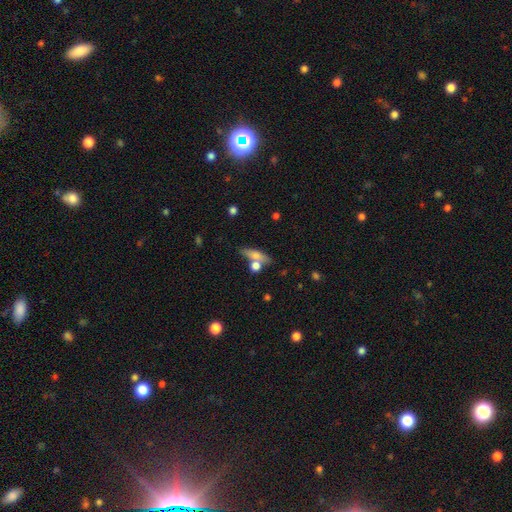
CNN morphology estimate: This appears to be a smooth galaxy with no disk features (62%) that is cigar-shaped (57%). Merging: none (60%).